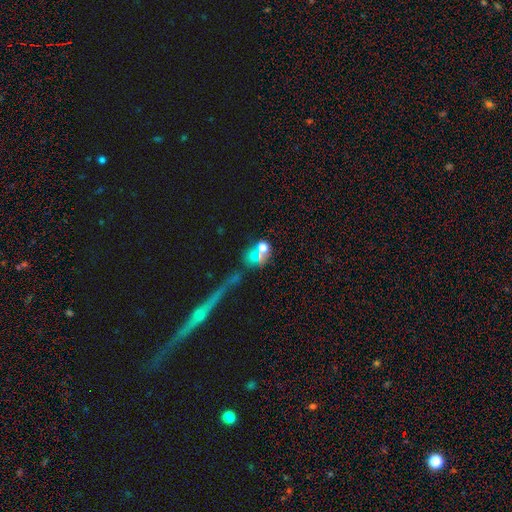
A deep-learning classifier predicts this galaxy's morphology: A smooth galaxy with no disk features (49%).

Vote fractions:
- Smooth or featured? smooth: 49% / star or artifact: 33% / featured or disk: 18%
- Merging? none: 47% / merger: 33% / major disturbance: 10% / minor disturbance: 10%